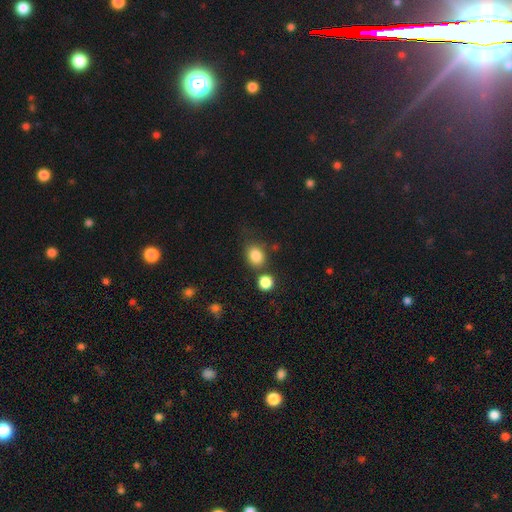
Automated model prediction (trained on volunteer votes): Smooth or featured? smooth (84%)
How rounded? round (55%)
Merging? none (66%)